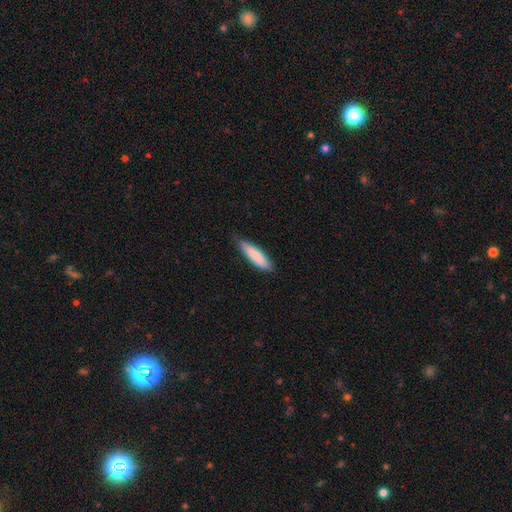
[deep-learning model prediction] This is clearly a smooth galaxy (85%). How rounded: likely cigar-shaped (72%). Merging: clearly none (84%).